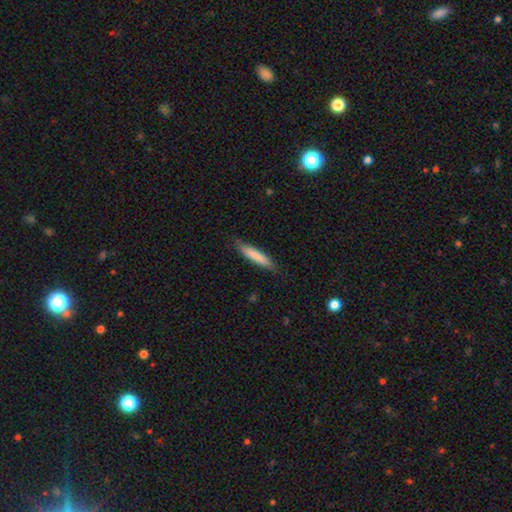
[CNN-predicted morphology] Q: Smooth or featured?
A: smooth (81%); runner-up: featured or disk (14%)
Q: How rounded?
A: cigar-shaped (89%); runner-up: in between (10%)
Q: Merging?
A: none (85%); runner-up: minor disturbance (12%)